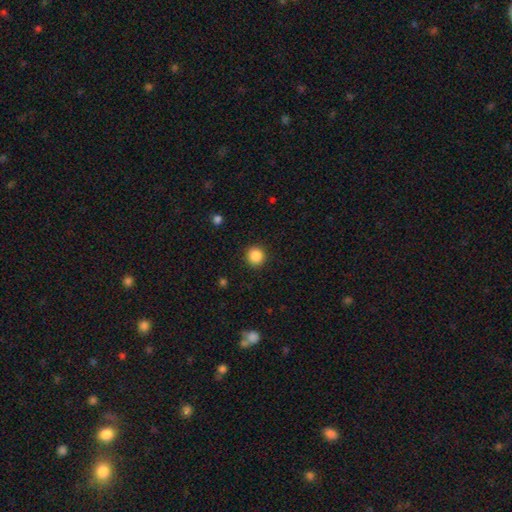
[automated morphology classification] Smooth or featured: smooth — 87% (star or artifact — 10%)
How rounded: round — 92% (in between — 7%)
Merging: none — 91% (minor disturbance — 6%)